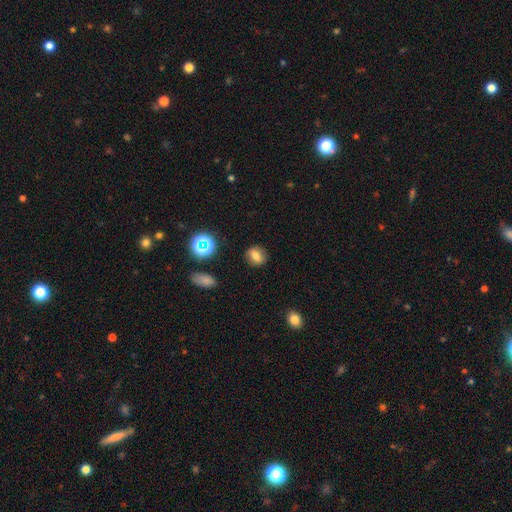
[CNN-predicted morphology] type=smooth (69%); roundness=round (56%); merging=none (86%).